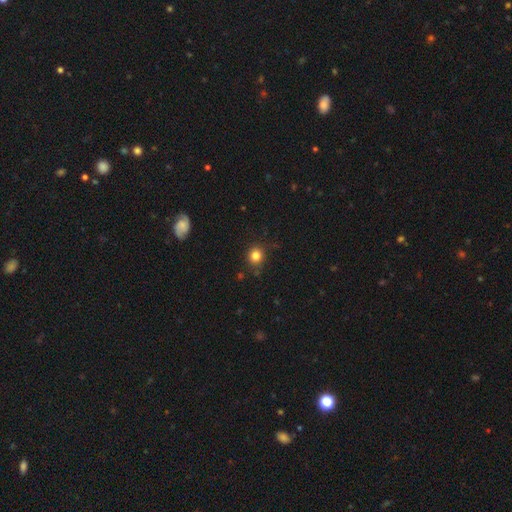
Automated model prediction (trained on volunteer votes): smooth_or_featured: smooth (p=0.82) [alt: star or artifact p=0.13]
how_rounded: round (p=0.90) [alt: in between p=0.09]
merging: none (p=0.85) [alt: minor disturbance p=0.10]